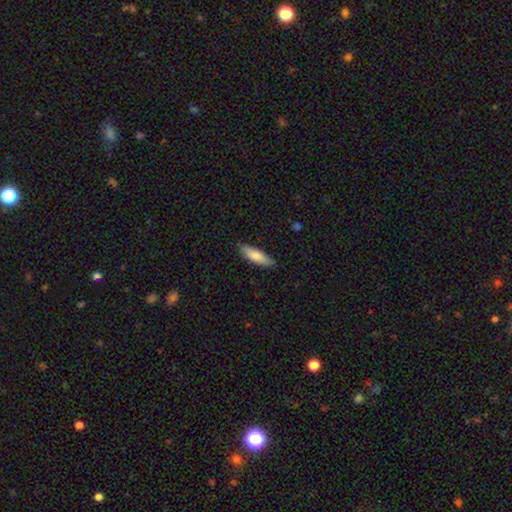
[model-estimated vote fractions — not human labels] This is likely a smooth galaxy (79%). How rounded: possibly cigar-shaped (52%). Merging: clearly none (87%).